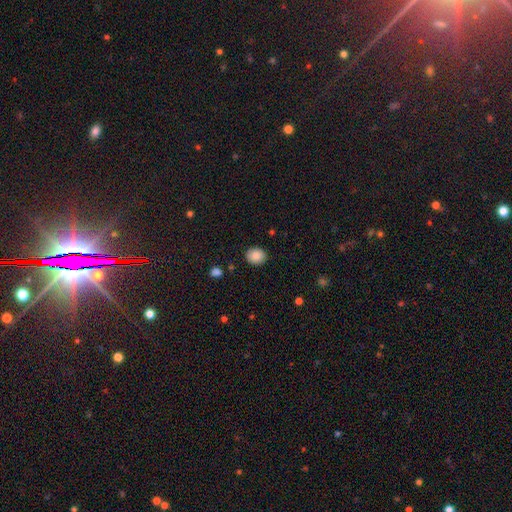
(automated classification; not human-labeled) A smooth galaxy with no disk features (88%) that is round (66%). Merging: none (89%).